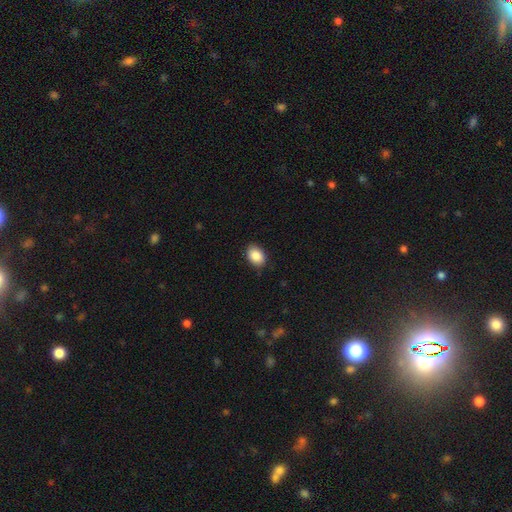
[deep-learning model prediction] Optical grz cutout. It shows a smooth galaxy with no disk features (89%) that is in between round and cigar-shaped (77%). Merging: none (86%).